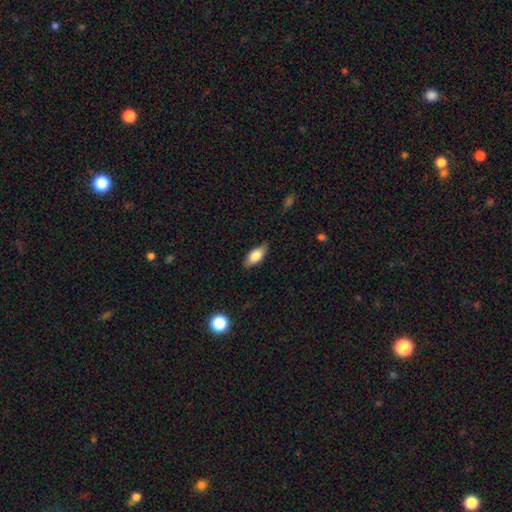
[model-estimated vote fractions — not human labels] Overall: smooth (78%). How rounded: in between (85%). Merging: none (82%).